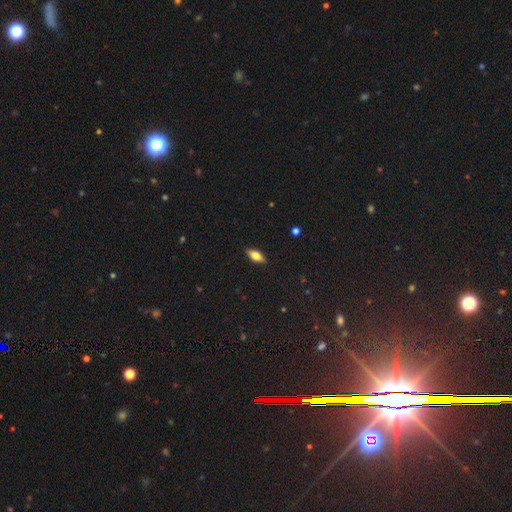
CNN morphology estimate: Smooth or featured? Predicted: smooth (p=0.62). How rounded? Predicted: in between (p=0.77). Merging? Predicted: none (p=0.88).